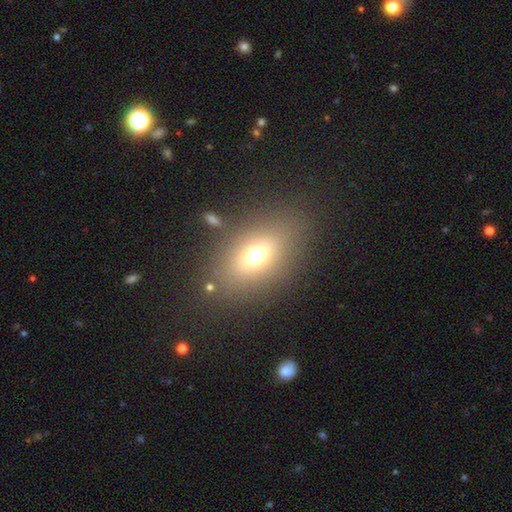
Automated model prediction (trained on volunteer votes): smooth-or-featured: smooth: 68% | featured or disk: 17% | star or artifact: 15%
  how-rounded: in between: 79% | round: 17% | cigar-shaped: 4%
  merging: none: 79% | minor disturbance: 11% | major disturbance: 6% | merger: 4%